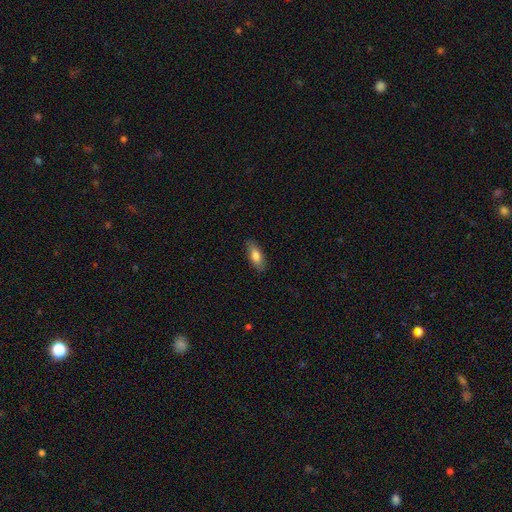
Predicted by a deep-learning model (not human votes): Q: Smooth or featured?
A: smooth (80%); runner-up: featured or disk (13%)
Q: How rounded?
A: in between (81%); runner-up: cigar-shaped (17%)
Q: Merging?
A: none (85%); runner-up: minor disturbance (12%)